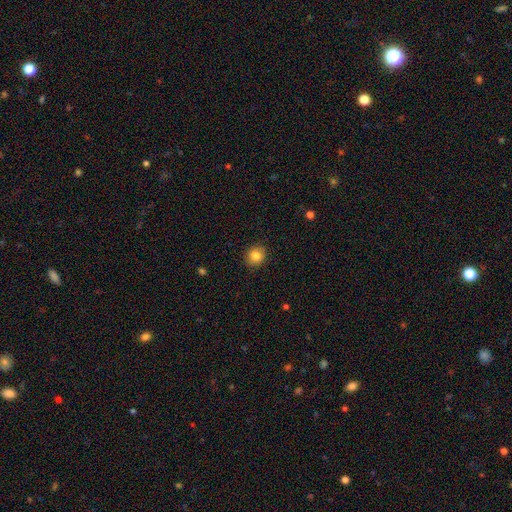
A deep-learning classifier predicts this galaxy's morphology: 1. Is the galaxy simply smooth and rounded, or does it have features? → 83% smooth, 10% star or artifact, 7% featured or disk.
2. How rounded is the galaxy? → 81% round, 18% in between, 1% cigar-shaped.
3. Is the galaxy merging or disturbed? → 90% none, 7% minor disturbance, 2% major disturbance, 1% merger.